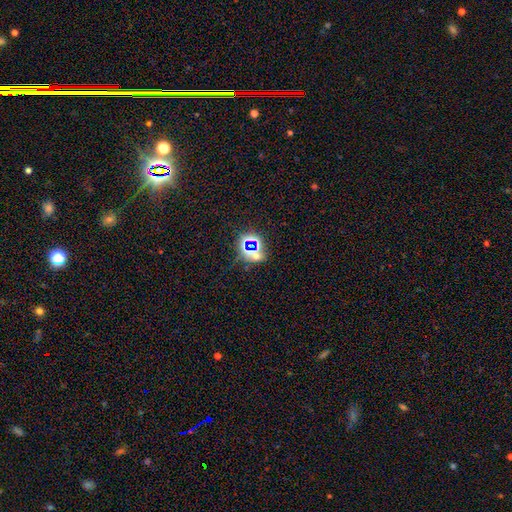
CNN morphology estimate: The model was most divided on "smooth or featured": star or artifact: 64%, smooth: 25%, featured or disk: 11%.